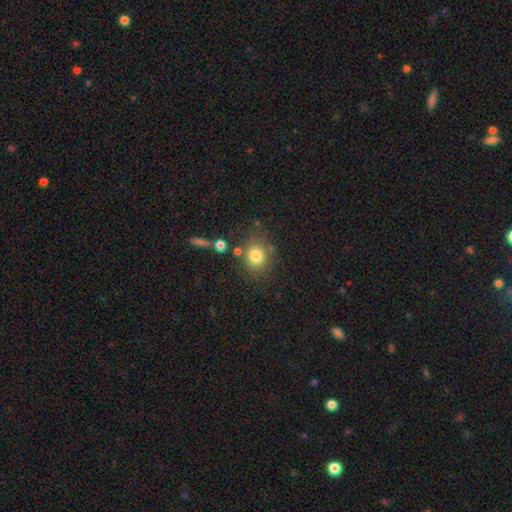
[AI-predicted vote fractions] Smooth or featured?
  - smooth: 79% *
  - star or artifact: 12%
  - featured or disk: 9%
How rounded?
  - round: 71% *
  - in between: 28%
  - cigar-shaped: 1%
Merging?
  - none: 73% *
  - minor disturbance: 13%
  - merger: 9%
  - major disturbance: 5%